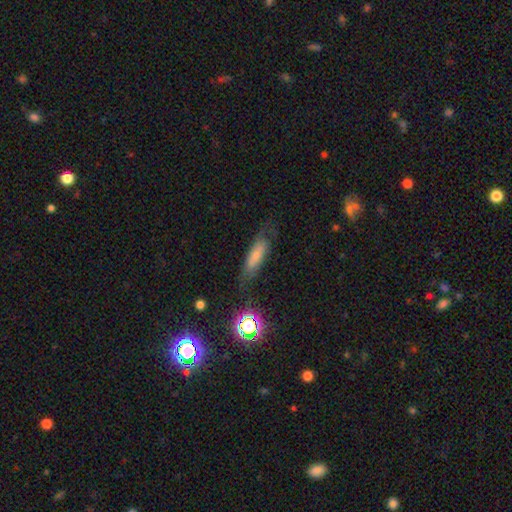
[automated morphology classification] This appears to be a smooth galaxy with no disk features (62%) that is cigar-shaped (52%). Merging: none (63%).